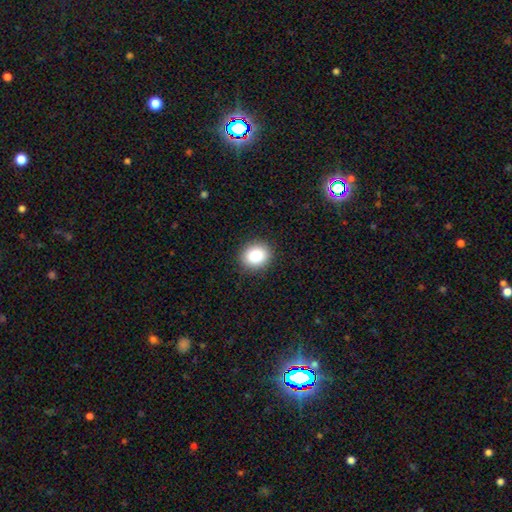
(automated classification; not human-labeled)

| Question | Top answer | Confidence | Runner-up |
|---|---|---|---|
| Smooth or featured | smooth | 85% | star or artifact (9%) |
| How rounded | round | 69% | in between (31%) |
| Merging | none | 90% | minor disturbance (7%) |